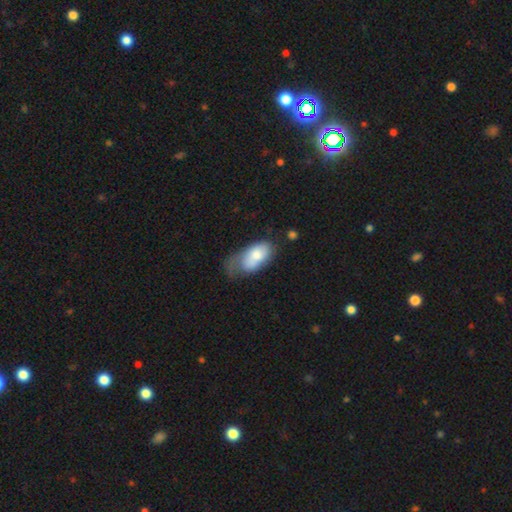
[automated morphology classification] smooth-or-featured: smooth: 71% | featured or disk: 23% | star or artifact: 6%
  how-rounded: in between: 93% | cigar-shaped: 4% | round: 3%
  merging: minor disturbance: 34% (tied) | major disturbance: 34% (tied) | none: 24% | merger: 7%